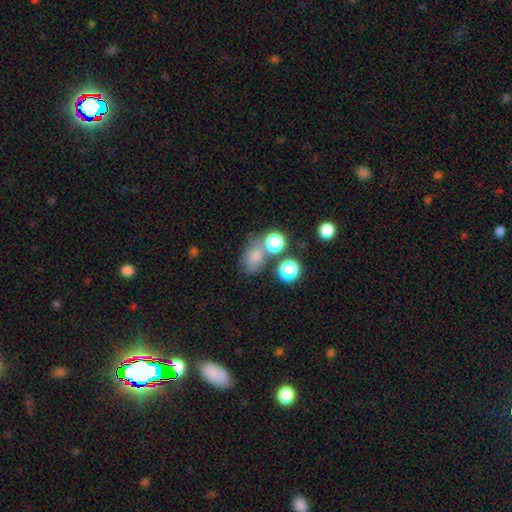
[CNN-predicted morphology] Overall: smooth (71%). How rounded: in between (57%; round 41%). Merging: none (50%; merger 25%).